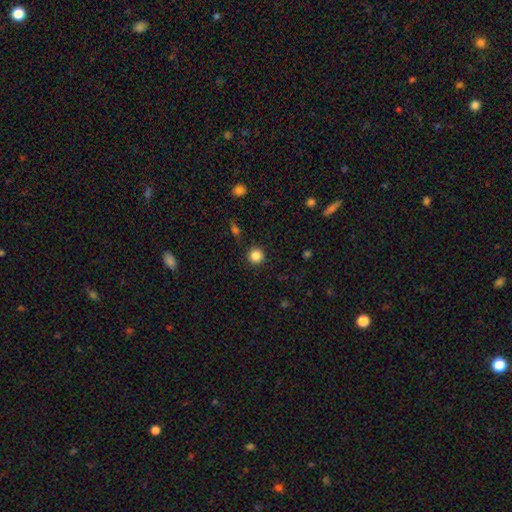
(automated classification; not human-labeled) A smooth galaxy with no disk features (85%) that is round (95%).

Vote fractions:
- Smooth or featured? smooth: 85% / star or artifact: 11% / featured or disk: 4%
- How rounded? round: 95% / in between: 4% / cigar-shaped: 1%
- Merging? none: 91% / minor disturbance: 5% / major disturbance: 2% / merger: 2%